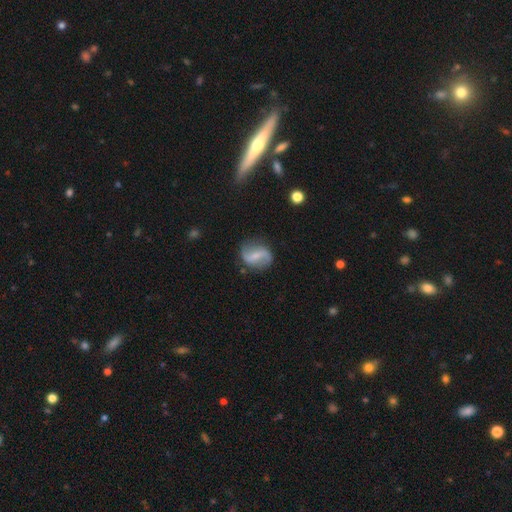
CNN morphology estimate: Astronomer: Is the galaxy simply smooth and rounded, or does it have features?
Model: featured or disk — 73%.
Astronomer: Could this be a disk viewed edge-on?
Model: no — 97%.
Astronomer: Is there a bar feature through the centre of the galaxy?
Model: strong — 43% (runner-up: weak, 41%).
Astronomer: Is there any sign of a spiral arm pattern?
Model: yes — 88%.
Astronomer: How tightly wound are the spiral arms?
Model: loose — 65%.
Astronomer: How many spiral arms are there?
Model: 2 — 90%.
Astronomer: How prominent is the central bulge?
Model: small — 55%.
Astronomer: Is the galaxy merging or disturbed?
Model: none — 77%.